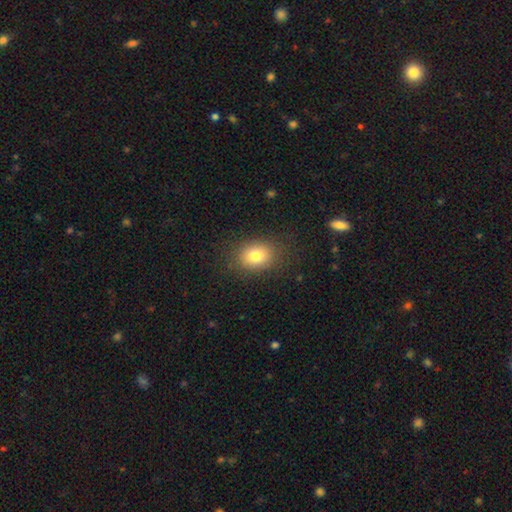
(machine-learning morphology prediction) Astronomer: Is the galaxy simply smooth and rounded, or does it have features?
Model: smooth — 81%.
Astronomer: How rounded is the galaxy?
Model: in between — 60% (runner-up: round, 39%).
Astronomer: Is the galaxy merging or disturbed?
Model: none — 84%.